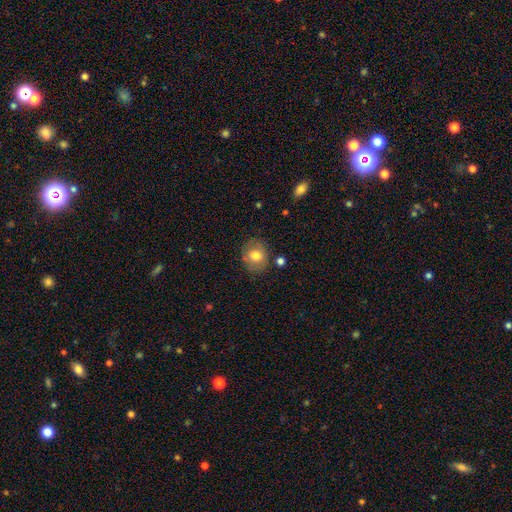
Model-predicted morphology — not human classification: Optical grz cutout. It shows a smooth galaxy with no disk features (73%) that is round (68%). Merging: none (79%).